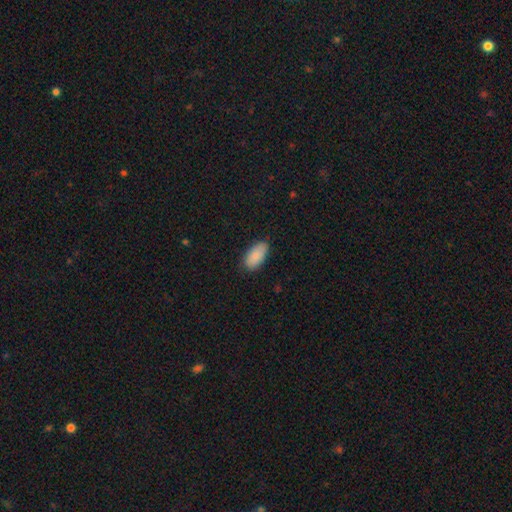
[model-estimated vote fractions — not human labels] Q: Smooth or featured?
A: smooth (88%); runner-up: star or artifact (6%)
Q: How rounded?
A: in between (94%); runner-up: cigar-shaped (4%)
Q: Merging?
A: none (82%); runner-up: minor disturbance (15%)